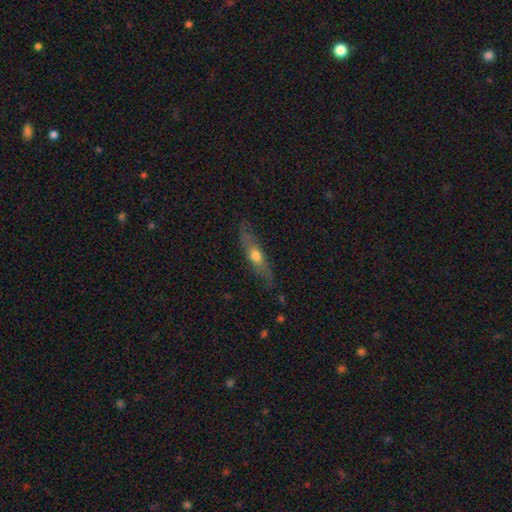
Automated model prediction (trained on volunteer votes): Overall: featured or disk (48%; smooth 45%). Merging: none (76%).